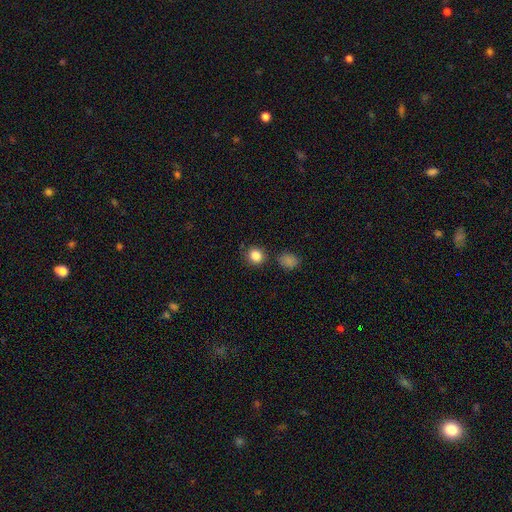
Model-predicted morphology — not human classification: smooth_or_featured: smooth (p=0.85) [alt: star or artifact p=0.11]
how_rounded: round (p=0.80) [alt: in between p=0.19]
merging: none (p=0.80) [alt: minor disturbance p=0.11]